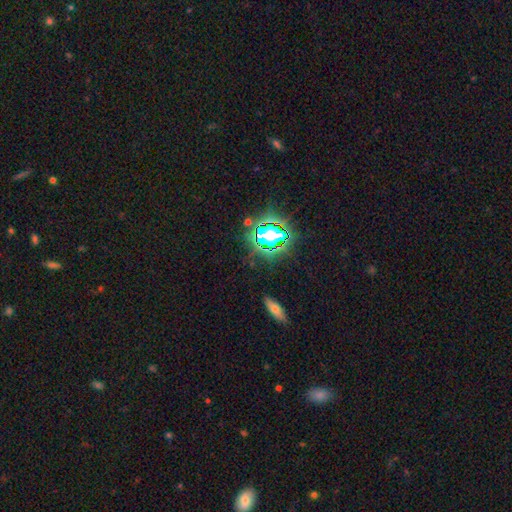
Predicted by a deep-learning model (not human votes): A star or artifact, not a galaxy (73%).

Vote fractions:
- Smooth or featured? star or artifact: 73% / smooth: 17% / featured or disk: 10%